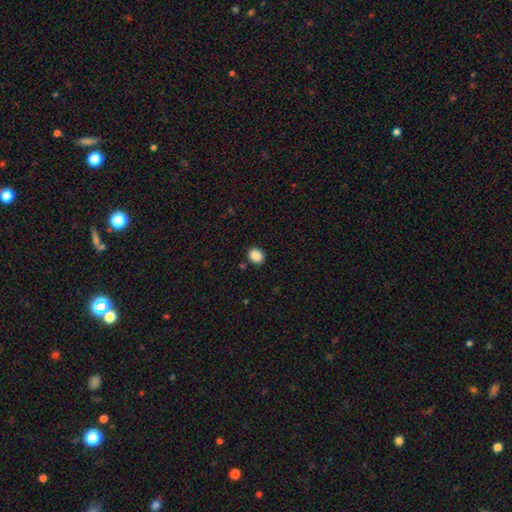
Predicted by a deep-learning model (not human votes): This is clearly a smooth galaxy (88%). How rounded: possibly round (56%). Merging: clearly none (88%).